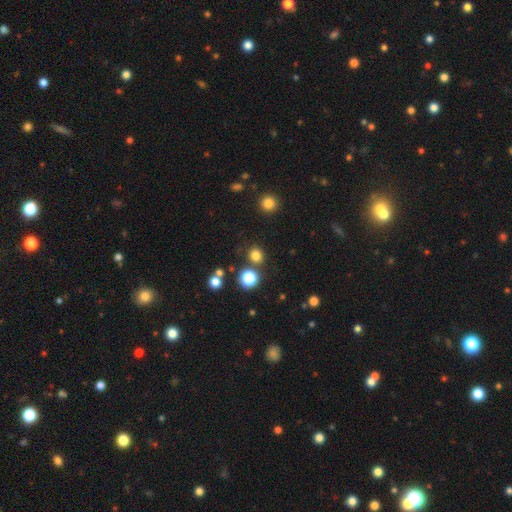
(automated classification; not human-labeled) Morphology: type=smooth (78%); roundness=round (87%); merging=none (81%).